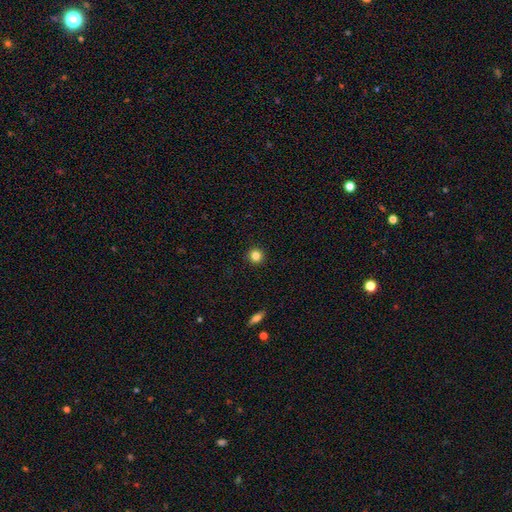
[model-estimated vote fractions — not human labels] smooth-or-featured: smooth: 83% | star or artifact: 12% | featured or disk: 5%
  how-rounded: round: 94% | in between: 5% | cigar-shaped: 1%
  merging: none: 93% | minor disturbance: 5% | major disturbance: 2% | merger: 1%